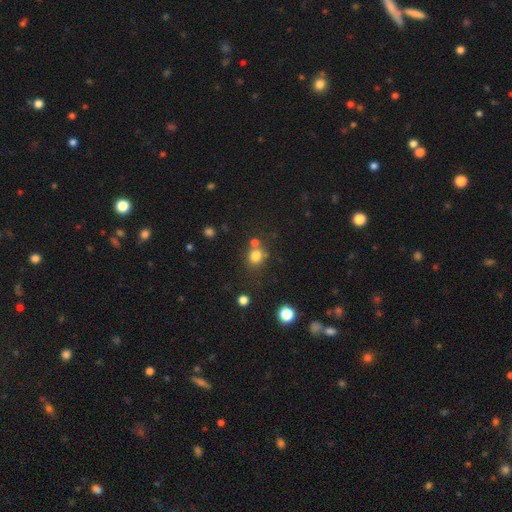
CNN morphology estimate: Q: Smooth or featured?
A: smooth (79%); runner-up: star or artifact (14%)
Q: How rounded?
A: round (81%); runner-up: in between (18%)
Q: Merging?
A: none (62%); runner-up: merger (22%)